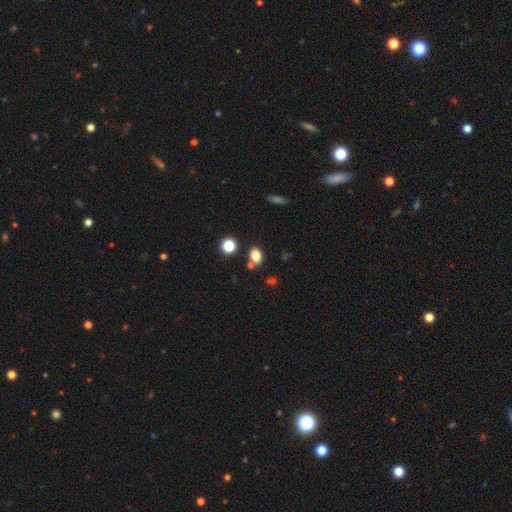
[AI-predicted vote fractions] smooth-or-featured: smooth: 81% | star or artifact: 13% | featured or disk: 6%
  how-rounded: in between: 66% | round: 32% | cigar-shaped: 1%
  merging: none: 72% | merger: 13% | minor disturbance: 11% | major disturbance: 3%